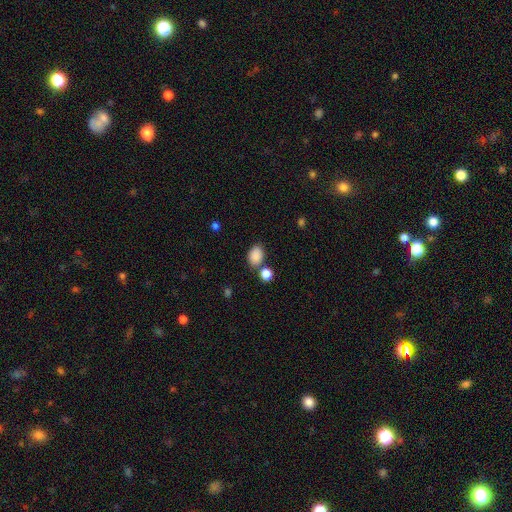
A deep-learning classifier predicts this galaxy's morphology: Q: Smooth or featured?
A: smooth (87%); runner-up: star or artifact (9%)
Q: How rounded?
A: in between (75%); runner-up: round (24%)
Q: Merging?
A: none (71%); runner-up: minor disturbance (13%)